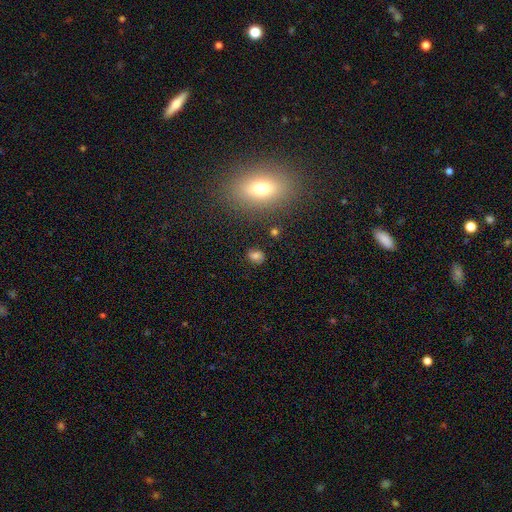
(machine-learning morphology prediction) Smooth or featured? smooth (75%)
How rounded? in between (49%, tied with round)
Merging? none (80%)